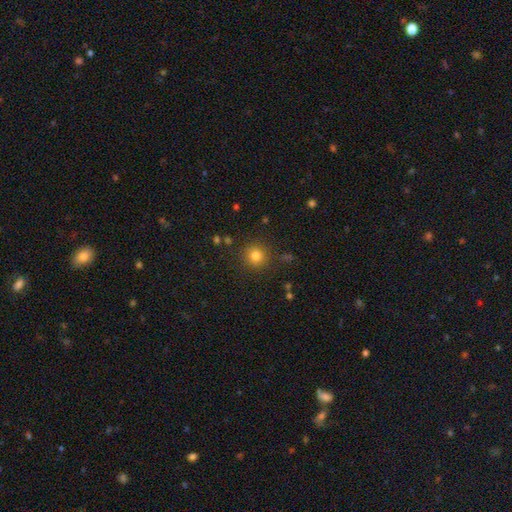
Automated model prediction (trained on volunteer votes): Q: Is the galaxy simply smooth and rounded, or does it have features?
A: smooth — 81%.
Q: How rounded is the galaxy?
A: round — 93%.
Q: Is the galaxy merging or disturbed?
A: none — 88%.